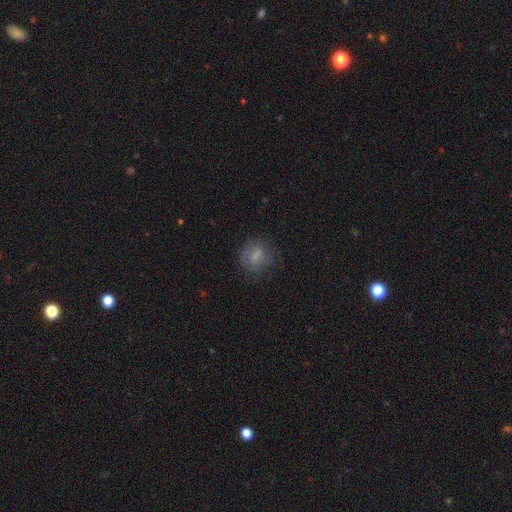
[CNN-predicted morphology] This is likely a smooth galaxy (65%). How rounded: likely round (67%). Merging: likely none (73%).